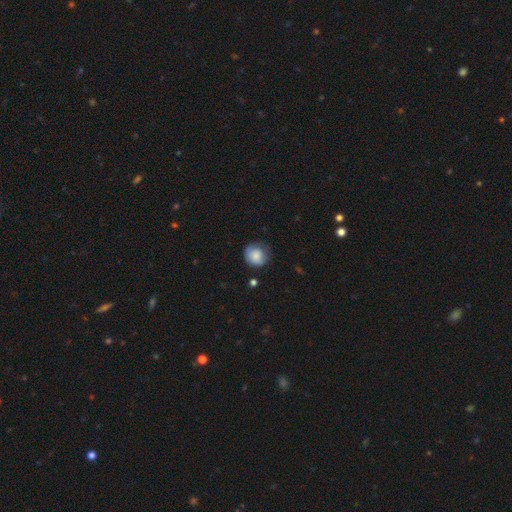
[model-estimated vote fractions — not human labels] smooth-or-featured: smooth: 79% | featured or disk: 13% | star or artifact: 8%
  how-rounded: round: 87% | in between: 12% | cigar-shaped: 1%
  merging: none: 66% | minor disturbance: 25% | major disturbance: 8% | merger: 2%